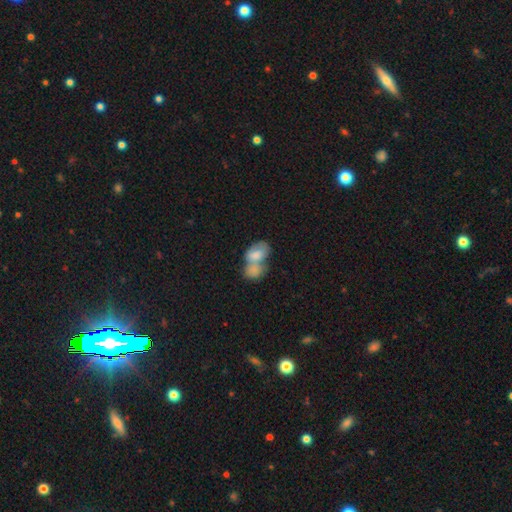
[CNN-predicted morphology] Smooth or featured? smooth (72%)
How rounded? in between (85%)
Merging? merger (71%)